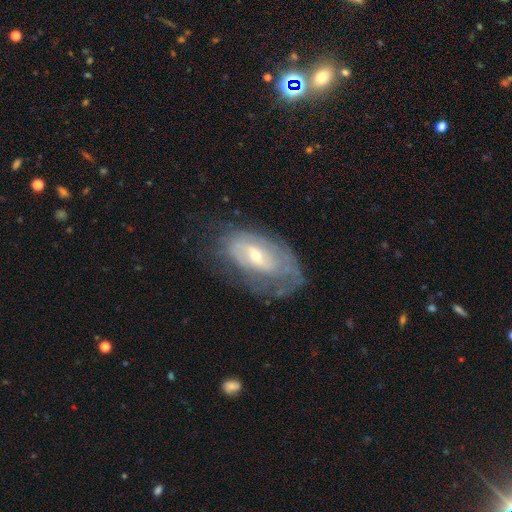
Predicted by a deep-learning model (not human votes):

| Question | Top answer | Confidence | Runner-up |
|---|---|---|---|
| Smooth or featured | featured or disk | 69% | smooth (24%) |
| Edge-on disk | no | 92% | yes (8%) |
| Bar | no | 49% | weak (39%) |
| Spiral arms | yes | 66% | no (34%) |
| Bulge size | small | 52% | moderate (44%) |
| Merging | none | 46% | minor disturbance (28%) |